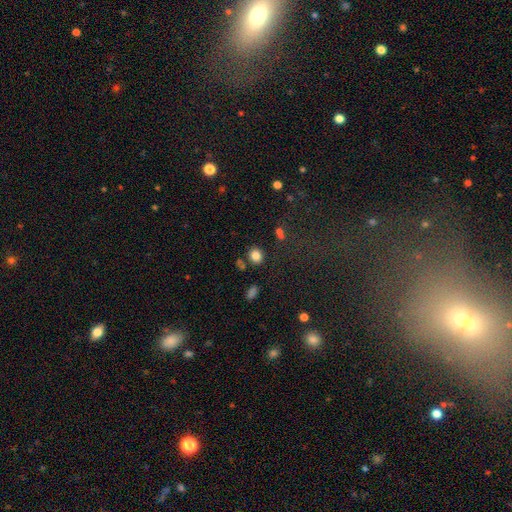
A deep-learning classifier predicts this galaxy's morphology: This appears to be a smooth galaxy with no disk features (83%) that is round (68%). Merging: none (80%).